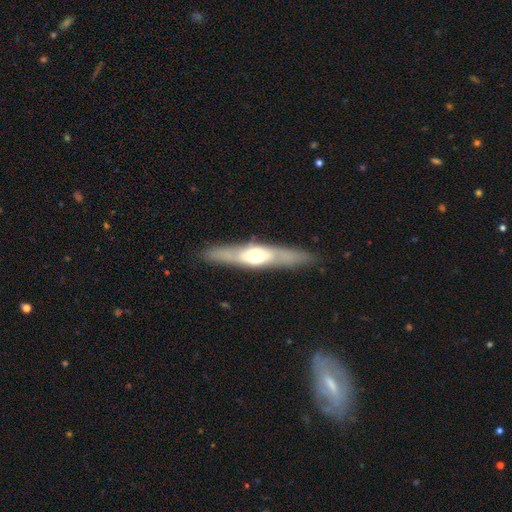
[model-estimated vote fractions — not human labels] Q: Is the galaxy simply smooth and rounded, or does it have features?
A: featured or disk — 59%.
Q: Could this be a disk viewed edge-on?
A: yes — 78%.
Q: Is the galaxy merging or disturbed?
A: none — 87%.